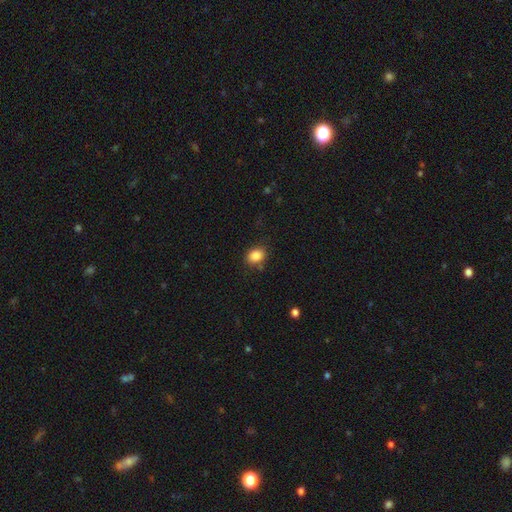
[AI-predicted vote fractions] This appears to be a smooth galaxy with no disk features (86%) that is in between round and cigar-shaped (57%). Merging: none (81%).